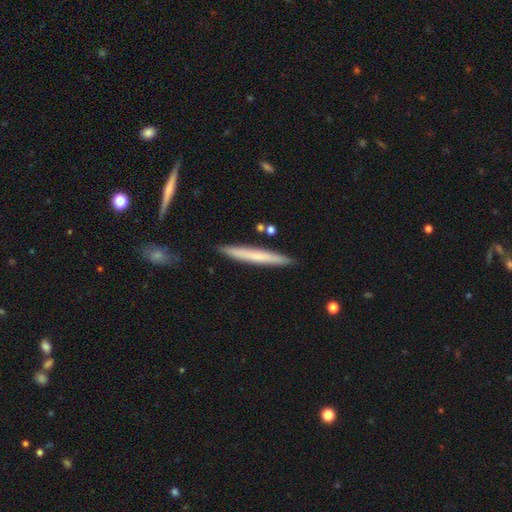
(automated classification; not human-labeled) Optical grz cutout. It shows a smooth galaxy with no disk features (59%) that is cigar-shaped (96%). Merging: none (88%).